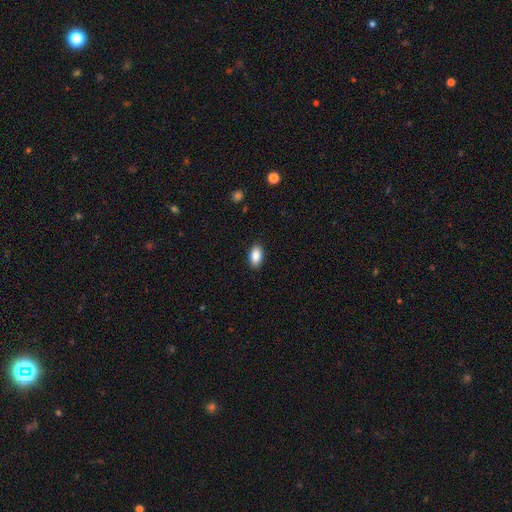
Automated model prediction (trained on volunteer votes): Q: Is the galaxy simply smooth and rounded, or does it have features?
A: smooth — 89%.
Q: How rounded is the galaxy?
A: in between — 93%.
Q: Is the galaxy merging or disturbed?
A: none — 90%.